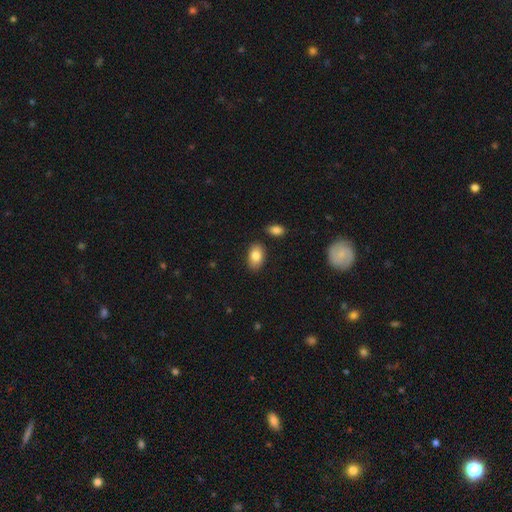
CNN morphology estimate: This appears to be a smooth galaxy with no disk features (84%) that is in between round and cigar-shaped (91%). Merging: none (84%).